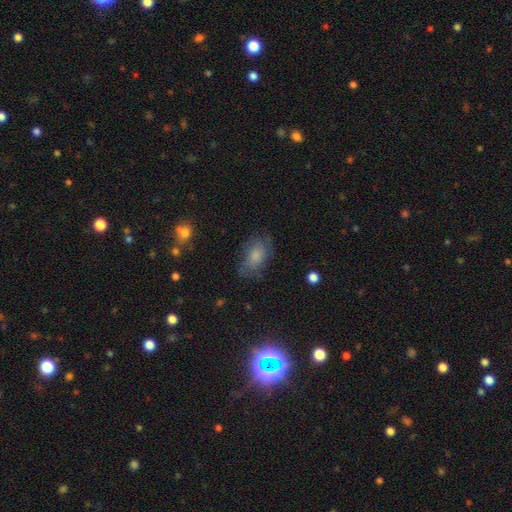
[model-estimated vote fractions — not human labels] This appears to be a smooth galaxy with no disk features (63%) that is in between round and cigar-shaped (87%). Merging: none (63%).